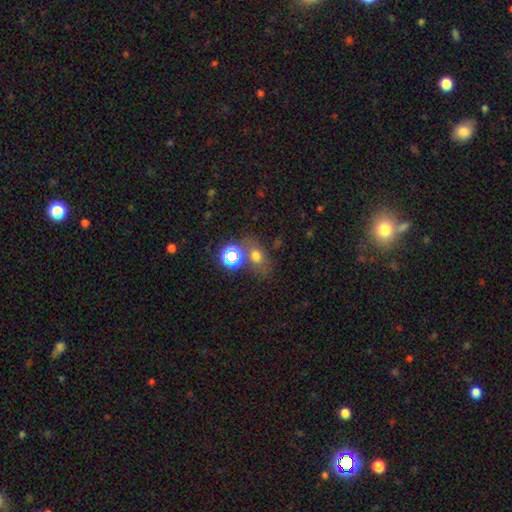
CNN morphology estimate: Overall: smooth (62%; star or artifact 25%). How rounded: in between (51%; round 47%). Merging: none (59%; merger 20%).